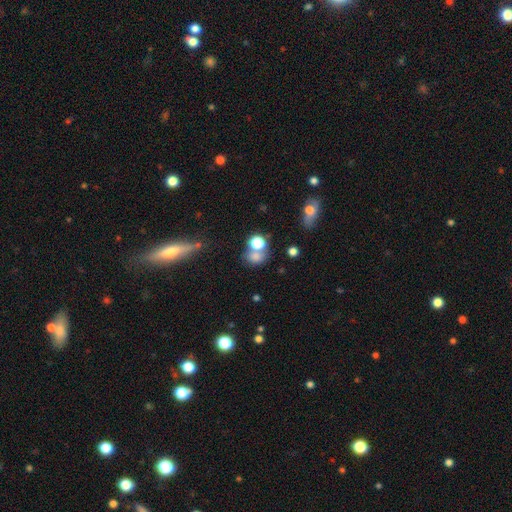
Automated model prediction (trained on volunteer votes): A smooth galaxy with no disk features (69%) that is round (57%).

Vote fractions:
- Smooth or featured? smooth: 69% / star or artifact: 19% / featured or disk: 11%
- How rounded? round: 57% / in between: 42% / cigar-shaped: 2%
- Merging? none: 43% / merger: 37% / minor disturbance: 12% / major disturbance: 8%